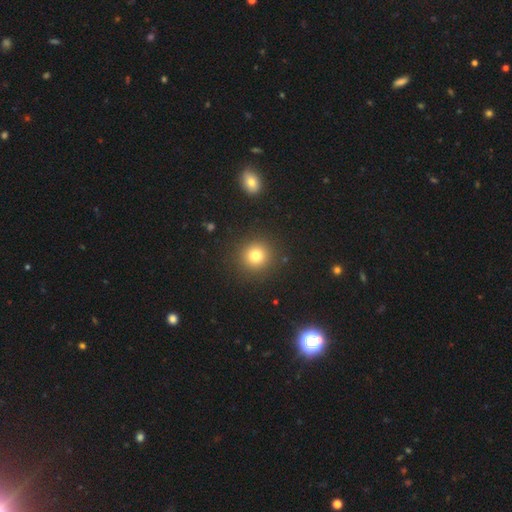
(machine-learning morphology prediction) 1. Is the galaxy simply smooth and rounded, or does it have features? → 78% smooth, 15% star or artifact, 8% featured or disk.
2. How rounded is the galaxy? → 94% round, 6% in between, 1% cigar-shaped.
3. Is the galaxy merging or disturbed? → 90% none, 6% minor disturbance, 3% major disturbance, 2% merger.